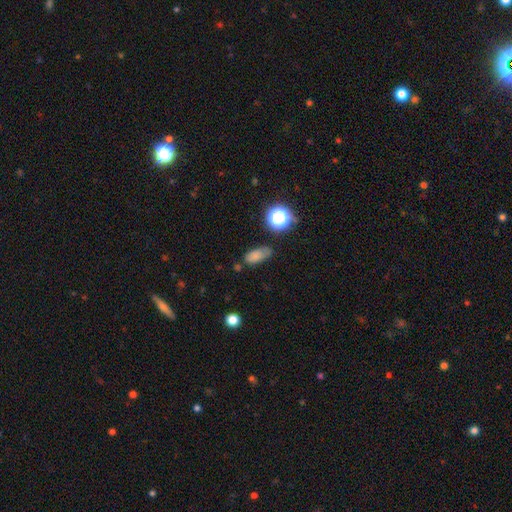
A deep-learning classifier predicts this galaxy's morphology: Q: Smooth or featured?
A: smooth (73%); runner-up: star or artifact (17%)
Q: How rounded?
A: in between (80%); runner-up: round (10%)
Q: Merging?
A: none (58%); runner-up: minor disturbance (28%)